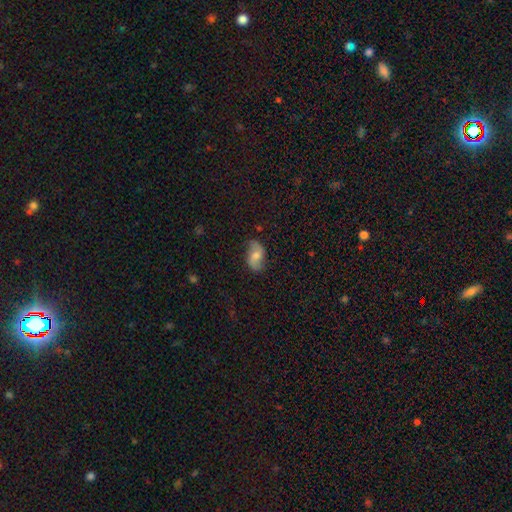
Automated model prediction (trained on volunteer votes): featured or disk 53%, smooth 38%, star or artifact 8%. Down the decision tree: edge-on disk — no (95%); bar — no (55%); spiral arms — yes (87%); bulge size — moderate (58%); merging — none (77%).